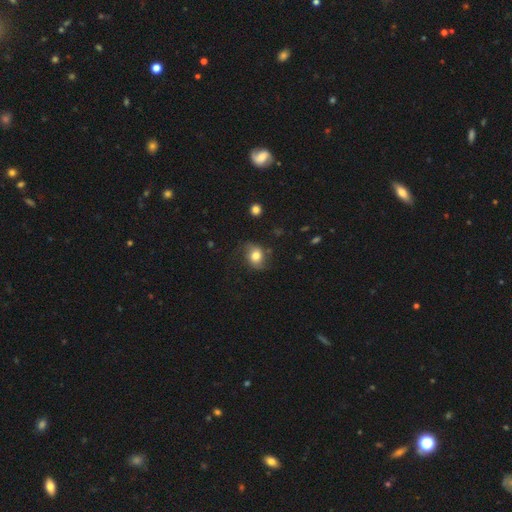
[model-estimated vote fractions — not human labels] Morphology: type=smooth (70%); roundness=in between (54%); merging=none (66%).